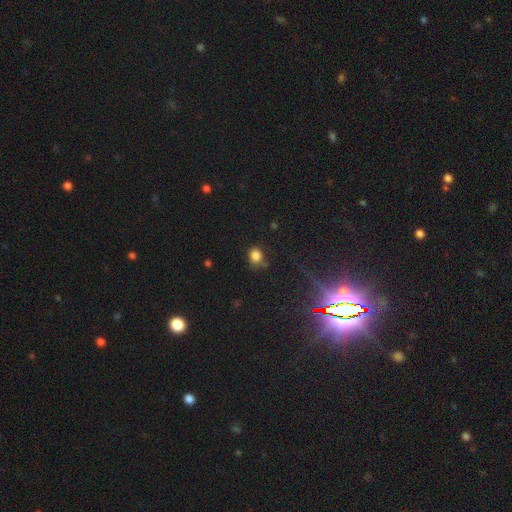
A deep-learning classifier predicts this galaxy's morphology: Overall: smooth (82%). How rounded: round (64%; in between 34%). Merging: none (69%).